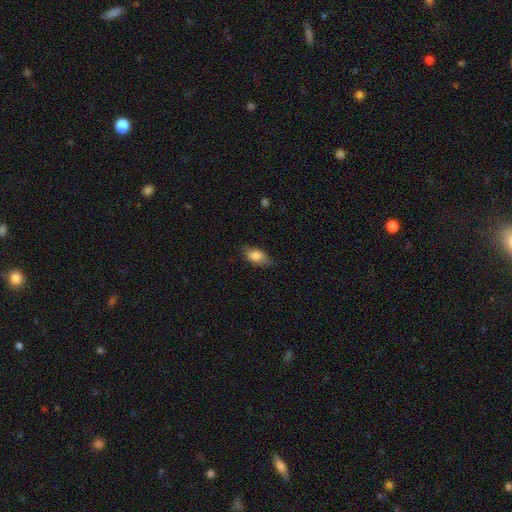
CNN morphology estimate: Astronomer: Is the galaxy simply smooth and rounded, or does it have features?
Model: smooth — 80%.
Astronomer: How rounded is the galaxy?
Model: in between — 87%.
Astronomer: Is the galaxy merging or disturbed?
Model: none — 74%.